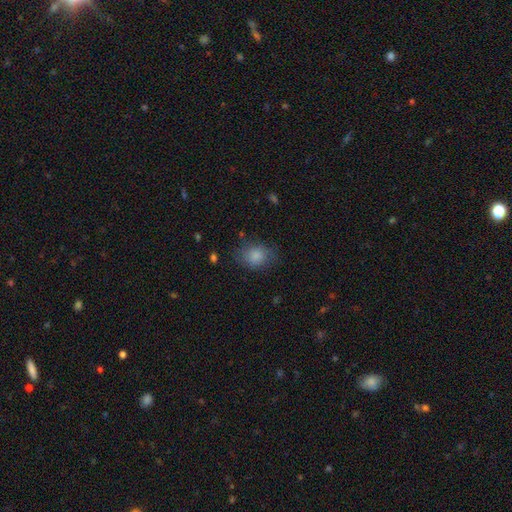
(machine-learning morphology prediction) This is clearly a smooth galaxy (83%). How rounded: possibly in between (50%). Merging: likely none (68%).